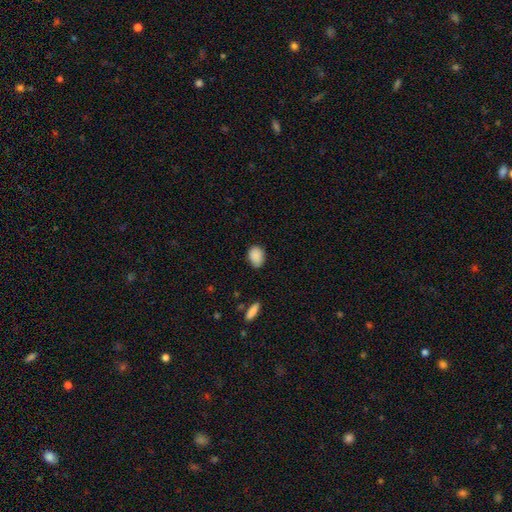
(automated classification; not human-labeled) Overall: smooth (88%). How rounded: in between (72%). Merging: none (74%).